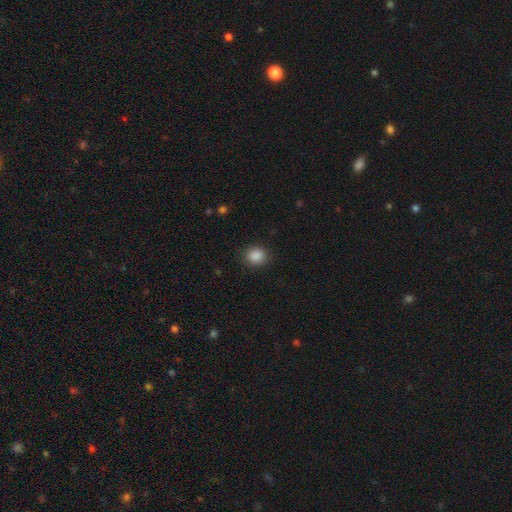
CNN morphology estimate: The model was most divided on "how rounded": round: 74%, in between: 25%, cigar-shaped: 1%. More confident: merging — none (88%); smooth or featured — smooth (87%).